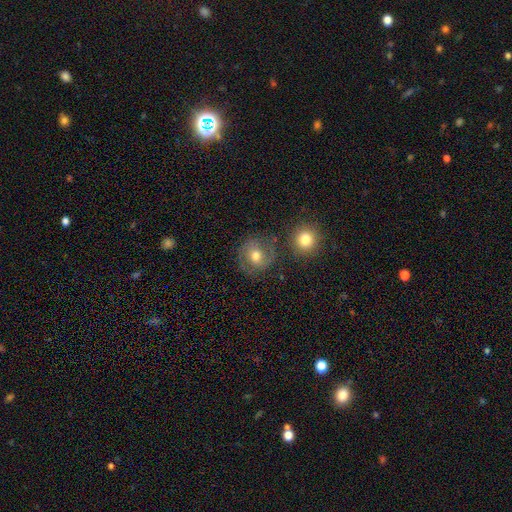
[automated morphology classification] A smooth galaxy with no disk features (47%). Merging: none (69%).